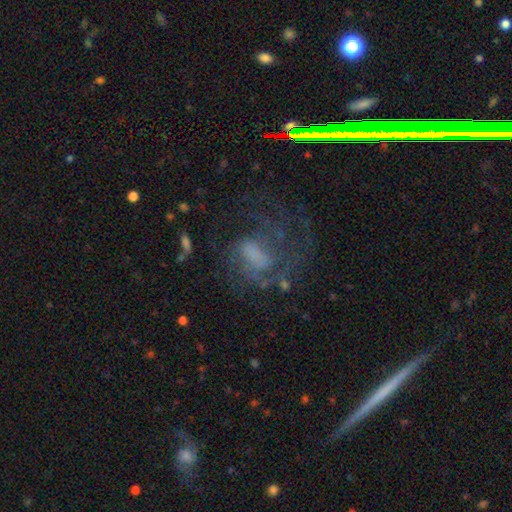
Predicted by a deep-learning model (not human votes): This is likely a featured or disk galaxy (61%). It is clearly not viewed edge-on (96%). Bar: possibly no (52%). Spiral arm pattern: likely yes (73%). Central bulge: marginally none (42%). Merging: marginally none (44%).